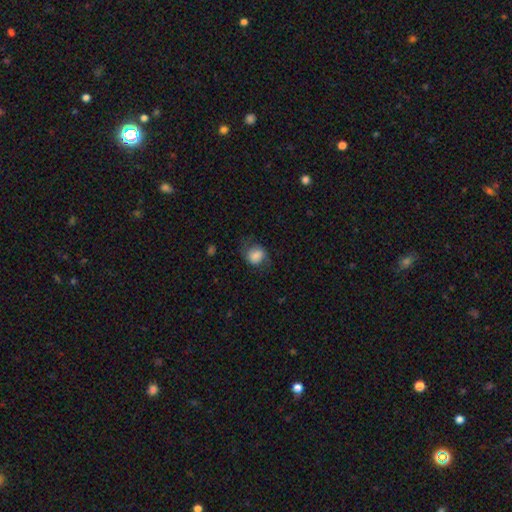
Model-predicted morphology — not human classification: A smooth galaxy with no disk features (72%) that is round (61%).

Vote fractions:
- Smooth or featured? smooth: 72% / featured or disk: 20% / star or artifact: 9%
- How rounded? round: 61% / in between: 38% / cigar-shaped: 1%
- Merging? none: 61% / minor disturbance: 23% / major disturbance: 15% / merger: 1%